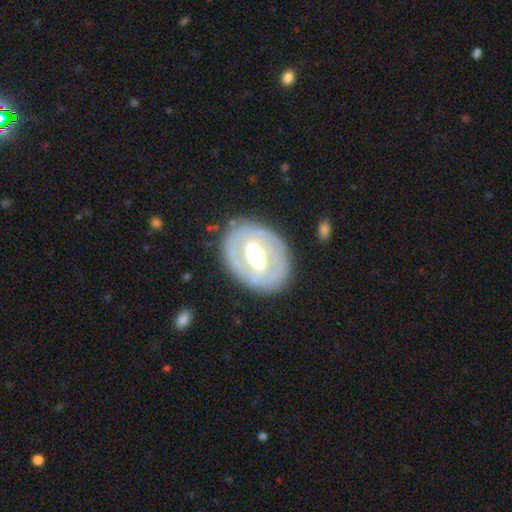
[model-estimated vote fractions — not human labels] smooth_or_featured: featured or disk (p=0.74) [alt: smooth p=0.21]
disk_edge_on: no (p=0.95) [alt: yes p=0.05]
bar: strong (p=0.43) [alt: weak p=0.36]
has_spiral_arms: no (p=0.58) [alt: yes p=0.42]
bulge_size: moderate (p=0.57) [alt: large p=0.33]
merging: none (p=0.79) [alt: minor disturbance p=0.14]